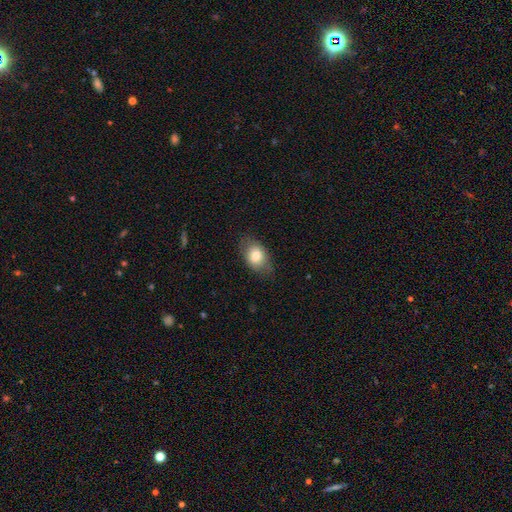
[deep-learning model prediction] Smooth or featured?
  - smooth: 80% *
  - featured or disk: 13%
  - star or artifact: 7%
How rounded?
  - in between: 79% *
  - round: 19%
  - cigar-shaped: 2%
Merging?
  - none: 76% *
  - minor disturbance: 18%
  - major disturbance: 5%
  - merger: 1%